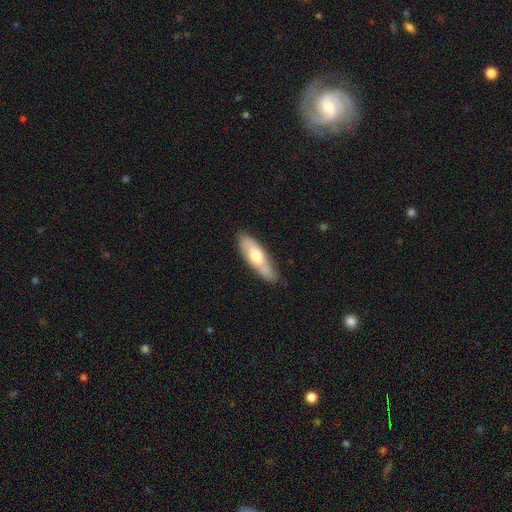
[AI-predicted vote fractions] Smooth or featured: smooth — 60% (featured or disk — 35%)
How rounded: in between — 52% (cigar-shaped — 46%)
Merging: none — 79% (minor disturbance — 16%)